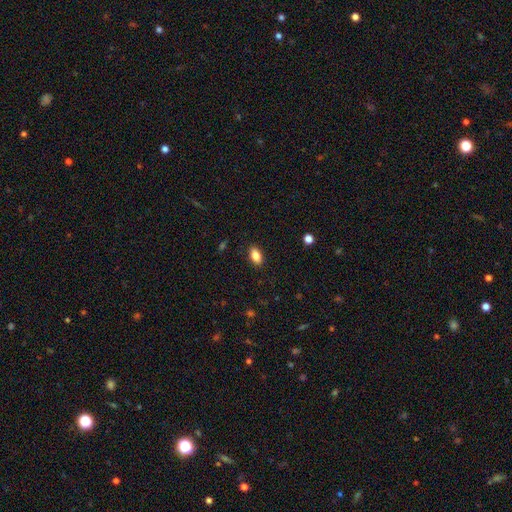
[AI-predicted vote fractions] Overall: smooth (84%). How rounded: in between (89%). Merging: none (88%).